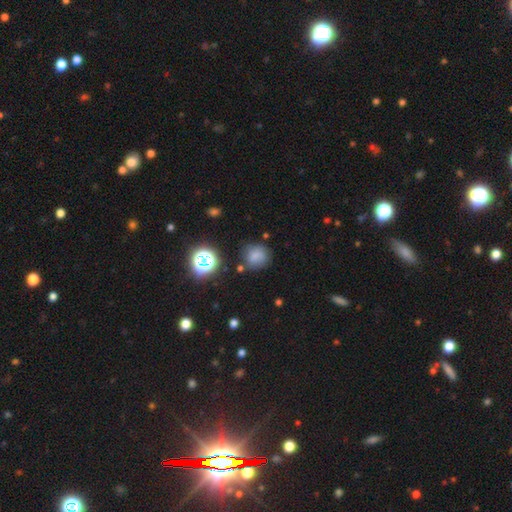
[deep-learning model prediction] Morphology: type=smooth (69%); roundness=round (85%); merging=none (71%).